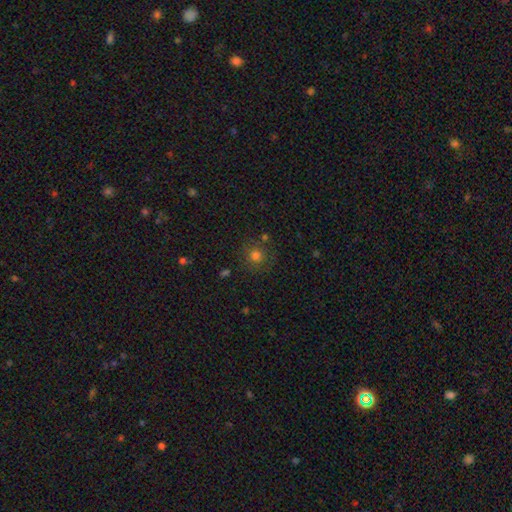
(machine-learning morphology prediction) A smooth galaxy with no disk features (77%) that is round (91%).

Vote fractions:
- Smooth or featured? smooth: 77% / star or artifact: 16% / featured or disk: 8%
- How rounded? round: 91% / in between: 8% / cigar-shaped: 1%
- Merging? none: 82% / minor disturbance: 10% / merger: 4% / major disturbance: 4%